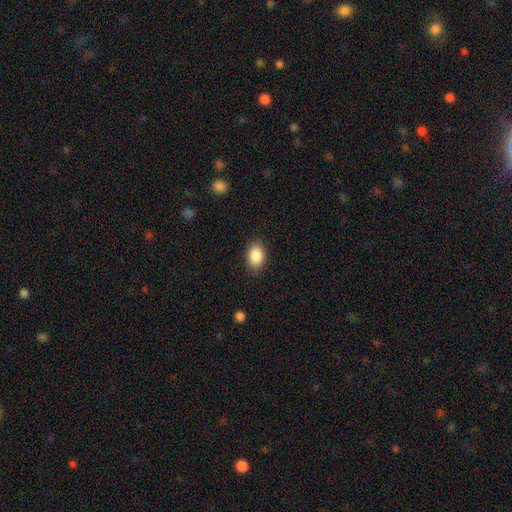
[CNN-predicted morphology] A smooth galaxy with no disk features (88%) that is in between round and cigar-shaped (83%). Merging: none (87%).